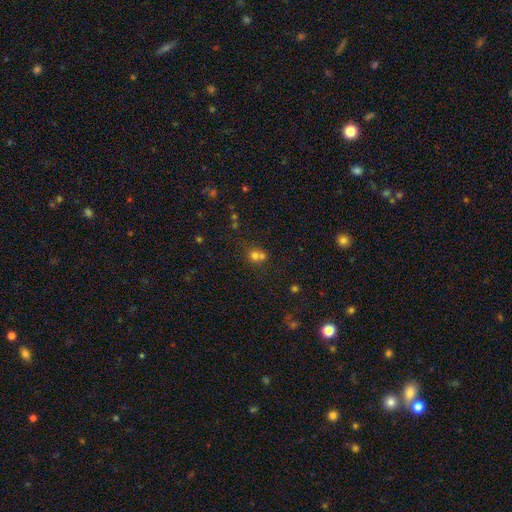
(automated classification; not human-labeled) This is likely a smooth galaxy (66%). How rounded: likely round (74%). Merging: possibly merger (53%).